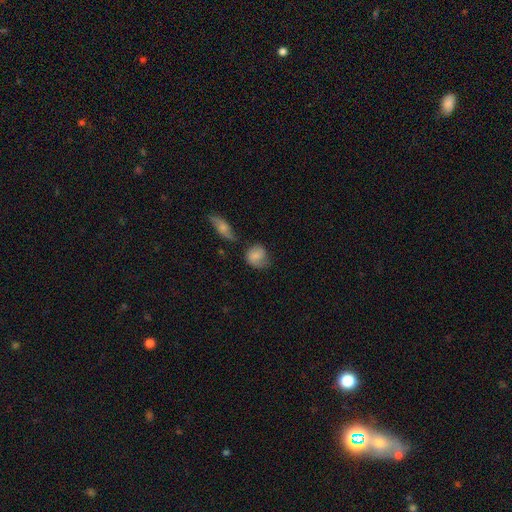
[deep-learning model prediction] This is likely a smooth galaxy (74%). How rounded: likely round (71%). Merging: possibly none (58%).